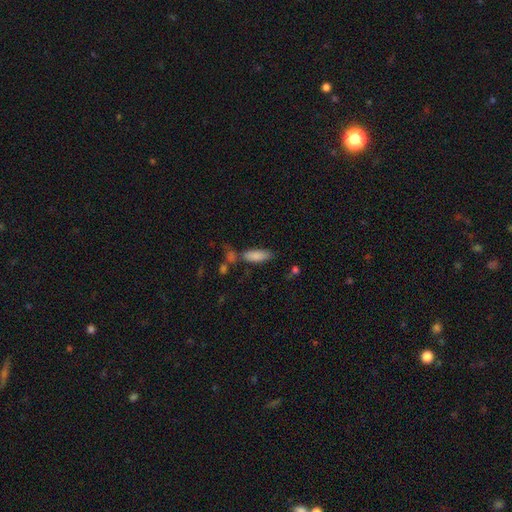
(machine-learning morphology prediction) Smooth or featured?
  - smooth: 84% *
  - featured or disk: 9%
  - star or artifact: 8%
How rounded?
  - in between: 66% *
  - cigar-shaped: 32%
  - round: 2%
Merging?
  - none: 57% *
  - minor disturbance: 19%
  - merger: 17%
  - major disturbance: 7%